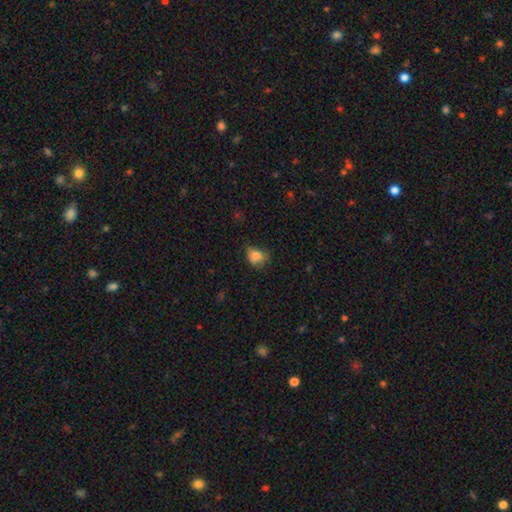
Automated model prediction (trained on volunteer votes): A smooth galaxy with no disk features (78%) that is in between round and cigar-shaped (53%).

Vote fractions:
- Smooth or featured? smooth: 78% / featured or disk: 11% / star or artifact: 11%
- How rounded? in between: 53% / round: 46% / cigar-shaped: 1%
- Merging? none: 45% / minor disturbance: 36% / major disturbance: 16% / merger: 2%